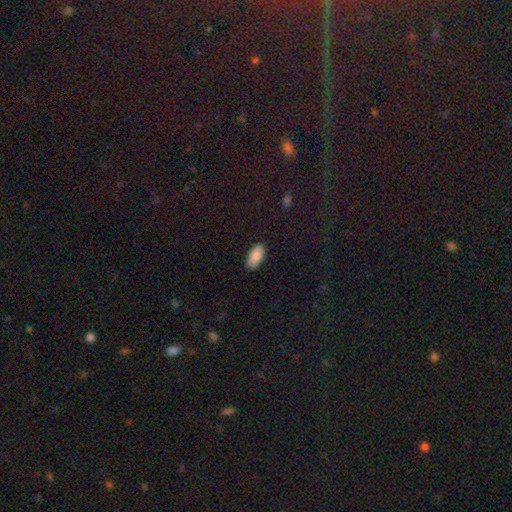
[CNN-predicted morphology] A smooth galaxy with no disk features (89%) that is in between round and cigar-shaped (92%). Merging: none (86%).